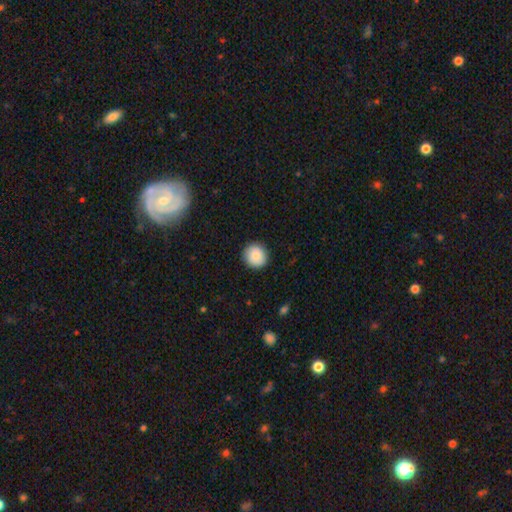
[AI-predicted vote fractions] A smooth galaxy with no disk features (88%) that is round (90%).

Vote fractions:
- Smooth or featured? smooth: 88% / star or artifact: 7% / featured or disk: 5%
- How rounded? round: 90% / in between: 9% / cigar-shaped: 1%
- Merging? none: 90% / minor disturbance: 7% / major disturbance: 2% / merger: 1%